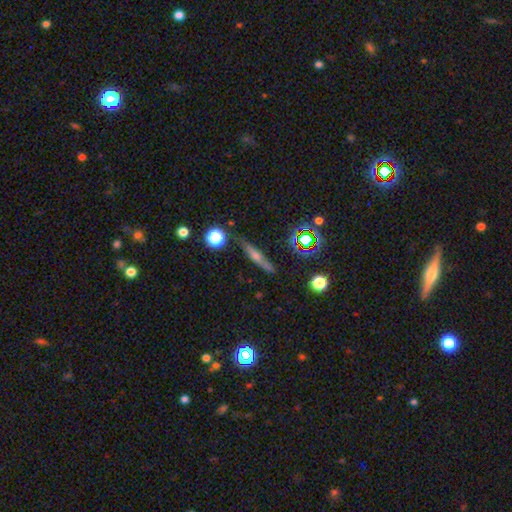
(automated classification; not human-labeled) smooth_or_featured: featured or disk (p=0.52) [alt: smooth p=0.32]
disk_edge_on: yes (p=0.92) [alt: no p=0.08]
merging: none (p=0.83) [alt: minor disturbance p=0.11]